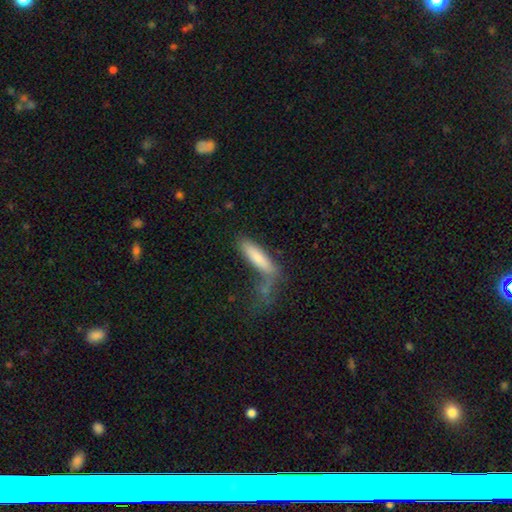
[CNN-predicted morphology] Smooth or featured? smooth (75%)
How rounded? cigar-shaped (75%)
Merging? none (48%)